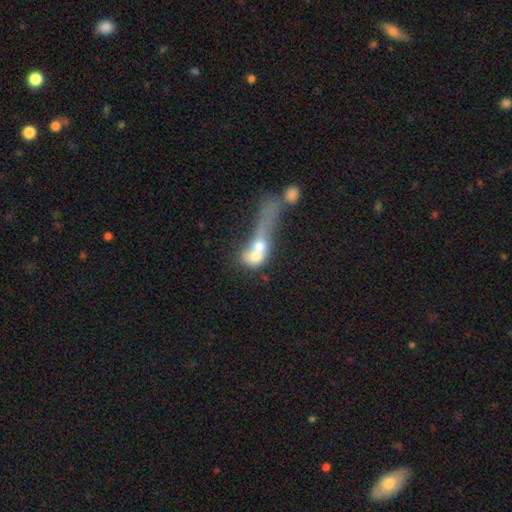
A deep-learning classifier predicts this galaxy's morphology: The model was most divided on "how rounded": in between: 49%, round: 36%, cigar-shaped: 15%. More confident: merging — merger (71%); smooth or featured — smooth (58%).